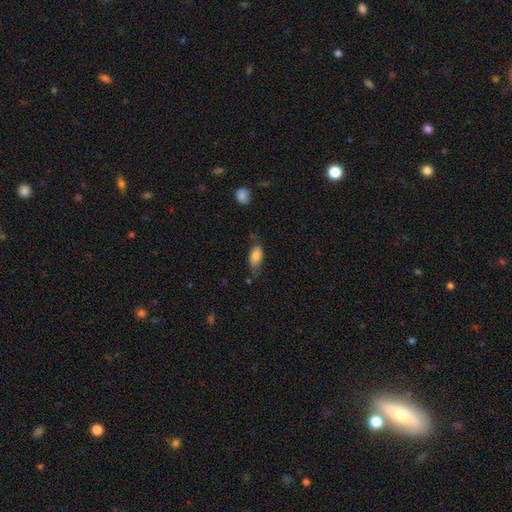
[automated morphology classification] Smooth or featured? Predicted: smooth (p=0.80). How rounded? Predicted: in between (p=0.87). Merging? Predicted: none (p=0.59).